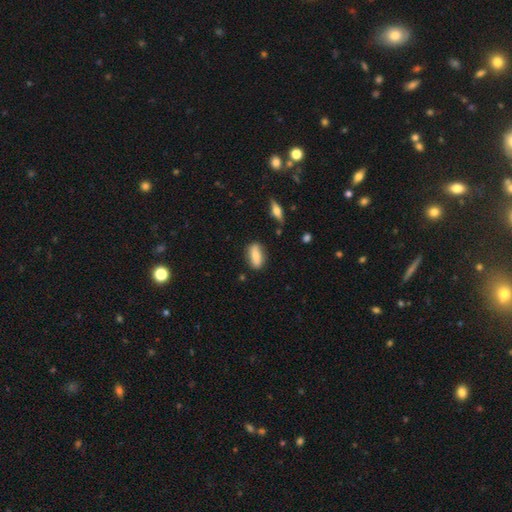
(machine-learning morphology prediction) Smooth or featured: smooth — 72% (featured or disk — 21%)
How rounded: in between — 81% (cigar-shaped — 15%)
Merging: none — 80% (minor disturbance — 15%)